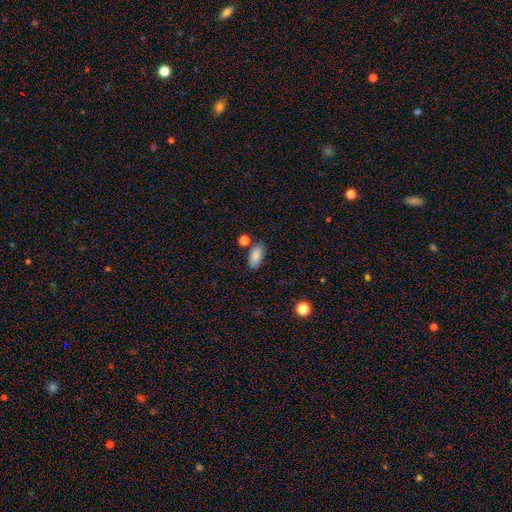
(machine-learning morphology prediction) A smooth galaxy with no disk features (85%) that is in between round and cigar-shaped (92%).

Vote fractions:
- Smooth or featured? smooth: 85% / star or artifact: 8% / featured or disk: 7%
- How rounded? in between: 92% / cigar-shaped: 5% / round: 4%
- Merging? none: 75% / minor disturbance: 14% / merger: 8% / major disturbance: 3%